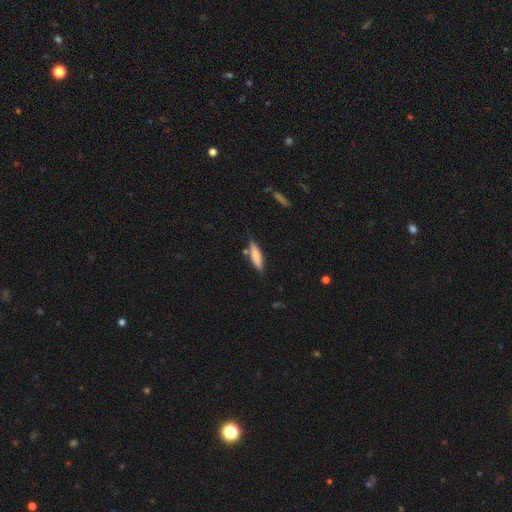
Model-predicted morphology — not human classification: A smooth galaxy with no disk features (74%) that is cigar-shaped (68%). Merging: none (75%).